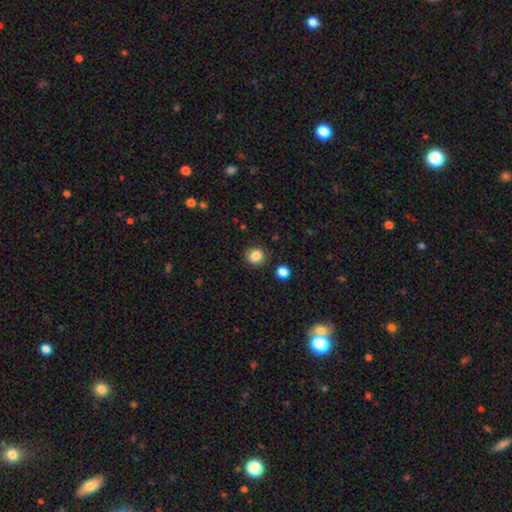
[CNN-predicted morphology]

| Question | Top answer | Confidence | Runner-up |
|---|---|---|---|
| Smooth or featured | smooth | 85% | star or artifact (10%) |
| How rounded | round | 86% | in between (14%) |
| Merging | none | 85% | minor disturbance (10%) |